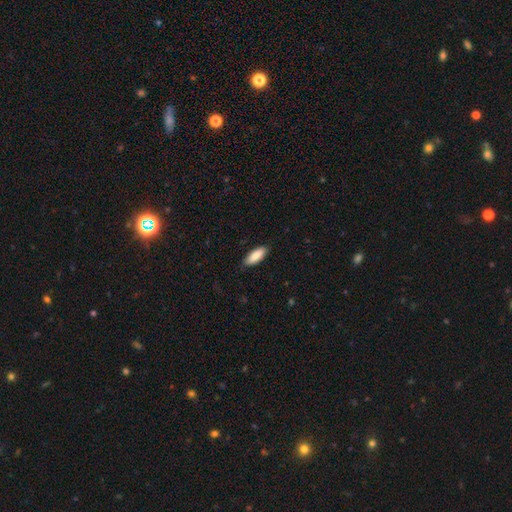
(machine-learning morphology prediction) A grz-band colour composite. It shows a smooth galaxy with no disk features (86%) that is in between round and cigar-shaped (76%). Merging: none (85%).